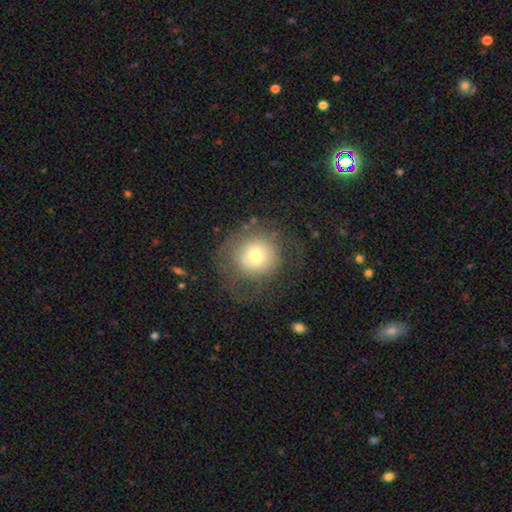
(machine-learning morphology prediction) Overall: smooth (60%; featured or disk 30%). How rounded: round (89%). Merging: none (57%; major disturbance 22%).